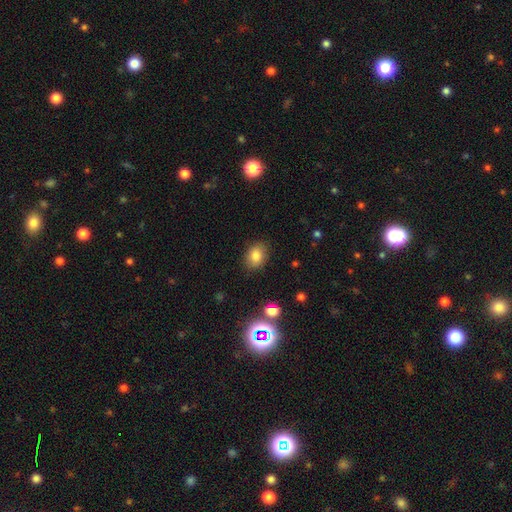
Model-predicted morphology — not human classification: This appears to be a smooth galaxy with no disk features (81%) that is in between round and cigar-shaped (67%). Merging: none (84%).